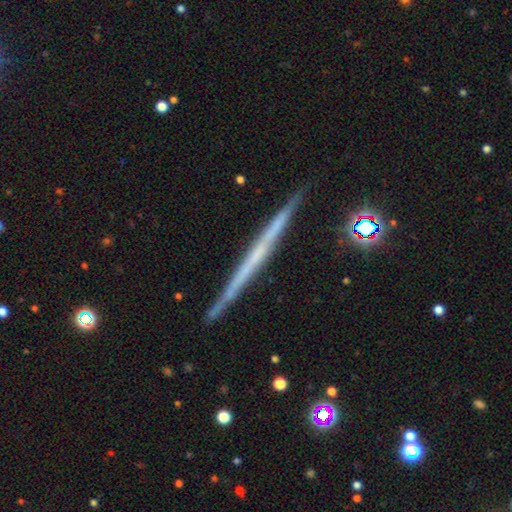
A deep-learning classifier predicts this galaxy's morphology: The model was most divided on "smooth or featured": featured or disk: 70%, smooth: 24%, star or artifact: 7%. More confident: edge-on disk — yes (98%); merging — none (91%); edge-on bulge — none (86%).